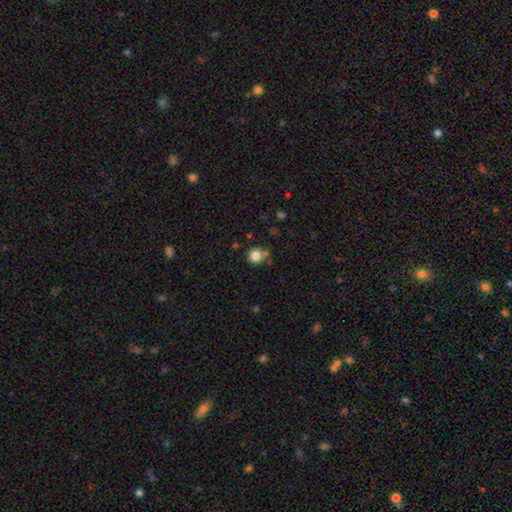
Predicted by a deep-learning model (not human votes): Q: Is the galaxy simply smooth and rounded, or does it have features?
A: smooth — 83%.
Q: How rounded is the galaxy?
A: round — 91%.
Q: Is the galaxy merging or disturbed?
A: none — 70%.